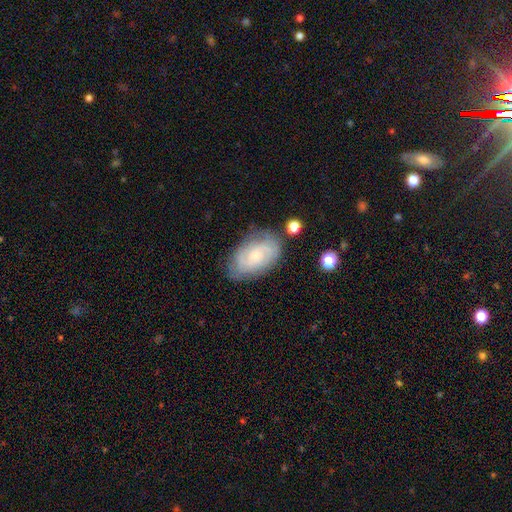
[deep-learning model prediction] Q: Smooth or featured?
A: featured or disk (65%); runner-up: smooth (27%)
Q: Edge-on disk?
A: no (95%); runner-up: yes (5%)
Q: Bar?
A: no (74%); runner-up: weak (23%)
Q: Spiral arms?
A: yes (84%); runner-up: no (16%)
Q: Spiral winding?
A: tight (59%); runner-up: medium (31%)
Q: Spiral arm count?
A: can't tell (44%); runner-up: 2 (35%)
Q: Bulge size?
A: small (70%); runner-up: moderate (25%)
Q: Merging?
A: none (71%); runner-up: minor disturbance (20%)